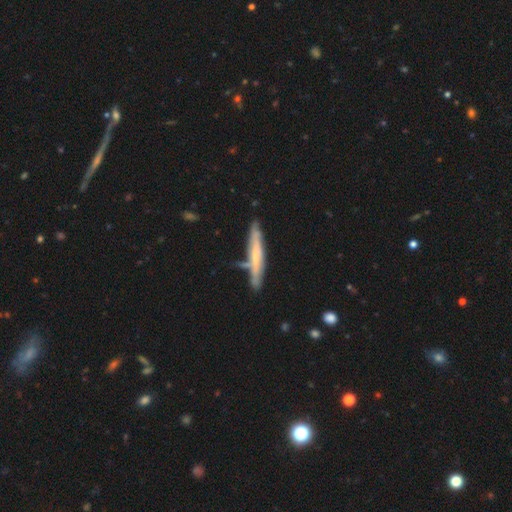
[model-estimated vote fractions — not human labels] featured or disk 53%, smooth 41%, star or artifact 6%. Down the decision tree: edge-on disk — yes (88%); merging — none (67%).